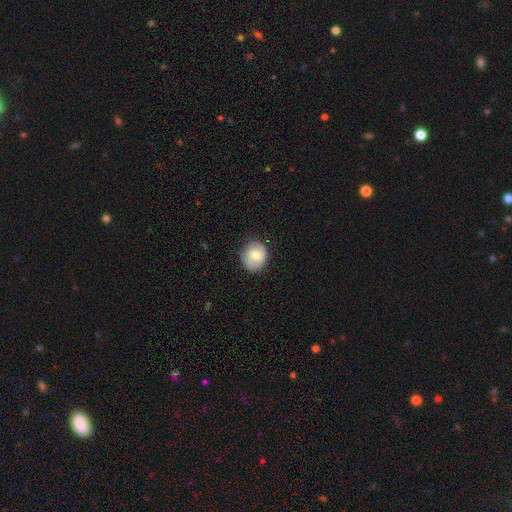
A smooth galaxy with no disk features (75%) that is round (73%).

Vote fractions:
- Smooth or featured? smooth: 75% / featured or disk: 22% / star or artifact: 2%
- How rounded? round: 73% / in between: 27% / cigar-shaped: 0%
- Merging? none: 79% / minor disturbance: 18% / merger: 3% / major disturbance: 0%